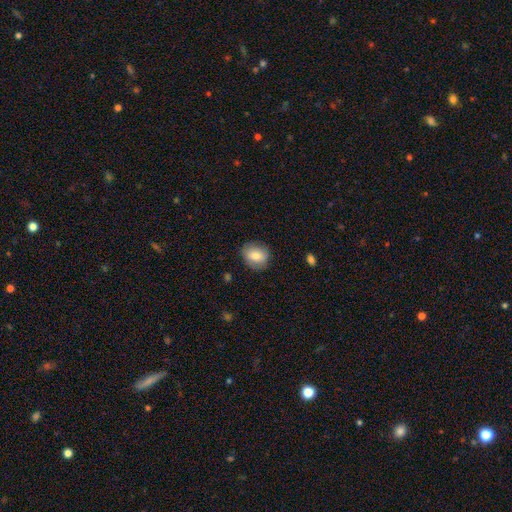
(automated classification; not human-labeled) This is likely a smooth galaxy (75%). How rounded: likely round (63%). Merging: clearly none (82%).